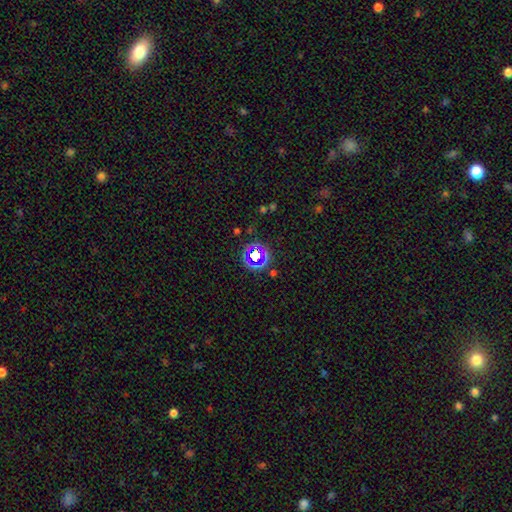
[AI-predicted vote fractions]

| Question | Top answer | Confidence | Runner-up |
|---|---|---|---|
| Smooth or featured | star or artifact | 60% | smooth (28%) |